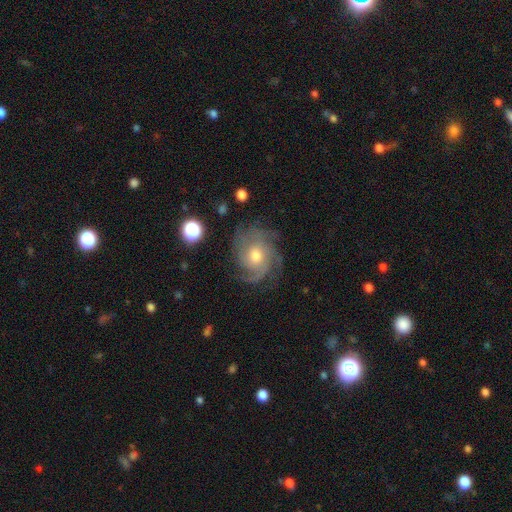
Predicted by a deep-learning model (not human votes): Smooth or featured? featured or disk (84%)
Edge-on disk? no (97%)
Bar? no (76%)
Spiral arms? yes (96%)
Spiral winding? tight (51%)
Spiral arm count? 3 (32%)
Bulge size? moderate (68%)
Merging? none (73%)